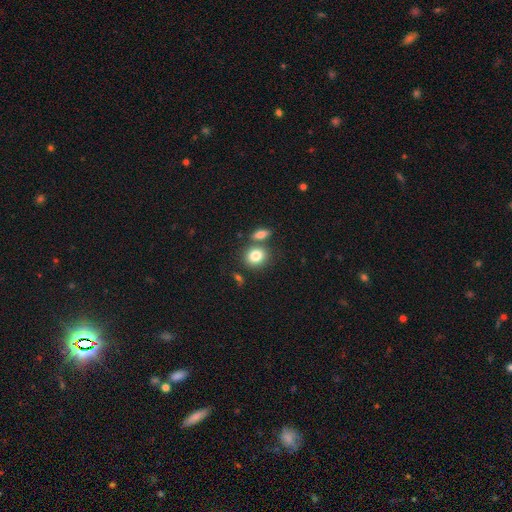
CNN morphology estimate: Smooth or featured: smooth — 83% (star or artifact — 9%)
How rounded: round — 66% (in between — 33%)
Merging: none — 62% (merger — 24%)